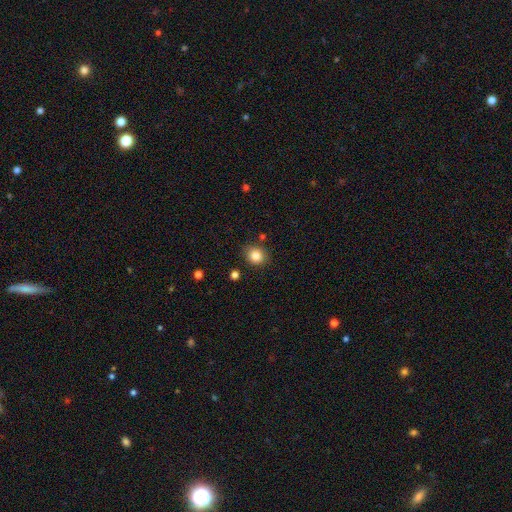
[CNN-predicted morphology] Overall: smooth (84%). How rounded: round (76%). Merging: none (85%).